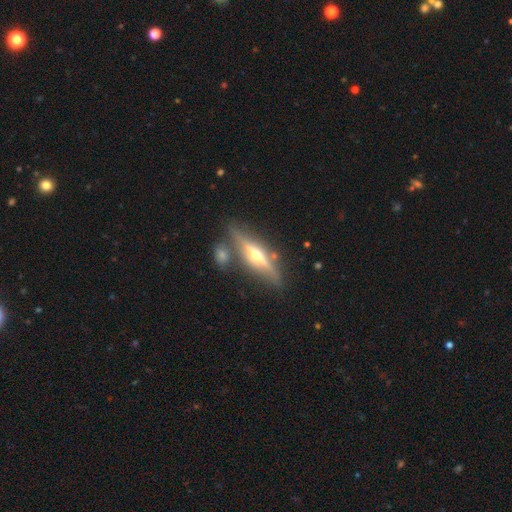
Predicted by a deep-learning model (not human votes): Smooth or featured? featured or disk (75%)
Edge-on disk? yes (94%)
Edge-on bulge? rounded (93%)
Merging? none (76%)